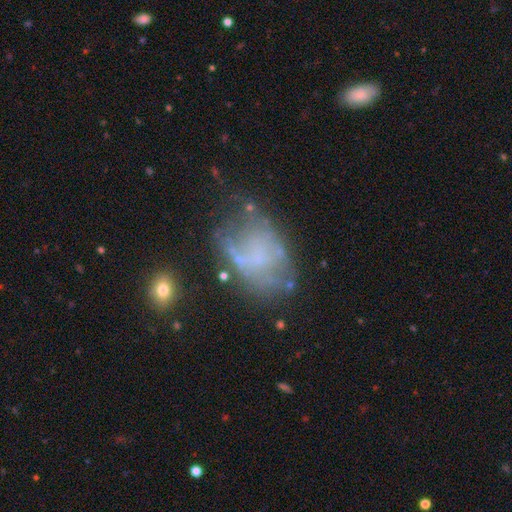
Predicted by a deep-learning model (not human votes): Smooth or featured?
  - featured or disk: 54% *
  - smooth: 33%
  - star or artifact: 14%
Edge-on disk?
  - no: 97% *
  - yes: 3%
Bar?
  - no: 81% *
  - weak: 15%
  - strong: 4%
Spiral arms?
  - no: 68% *
  - yes: 32%
Bulge size?
  - none: 67% *
  - small: 21%
  - moderate: 8%
  - large: 3%
  - dominant: 1%
Merging?
  - none: 40% *
  - major disturbance: 27%
  - minor disturbance: 26%
  - merger: 7%